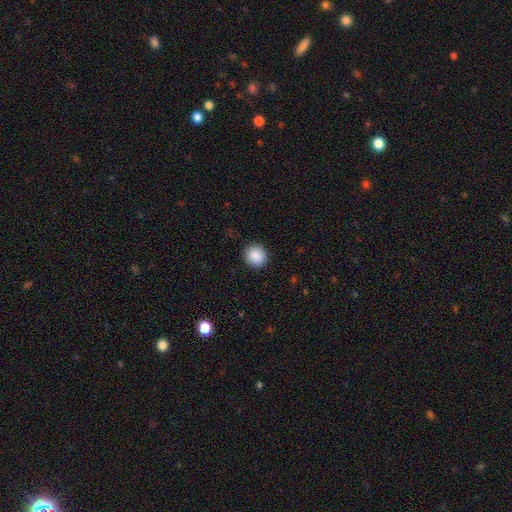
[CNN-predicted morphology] A smooth galaxy with no disk features (89%) that is round (90%). Merging: none (91%).